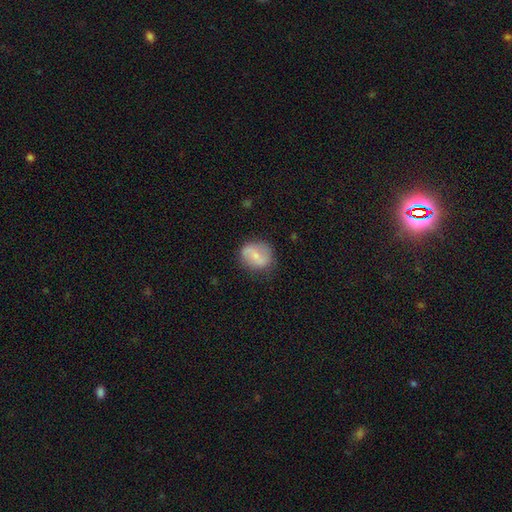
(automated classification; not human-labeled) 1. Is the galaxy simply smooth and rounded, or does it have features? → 53% featured or disk, 40% smooth, 7% star or artifact.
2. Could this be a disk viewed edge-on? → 97% no, 3% yes.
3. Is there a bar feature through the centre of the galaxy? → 45% weak, 29% strong, 25% no.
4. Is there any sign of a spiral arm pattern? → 80% yes, 20% no.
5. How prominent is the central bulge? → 56% small, 30% moderate, 11% none, 2% large, 1% dominant.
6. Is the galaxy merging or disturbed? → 77% none, 16% minor disturbance, 5% major disturbance, 2% merger.